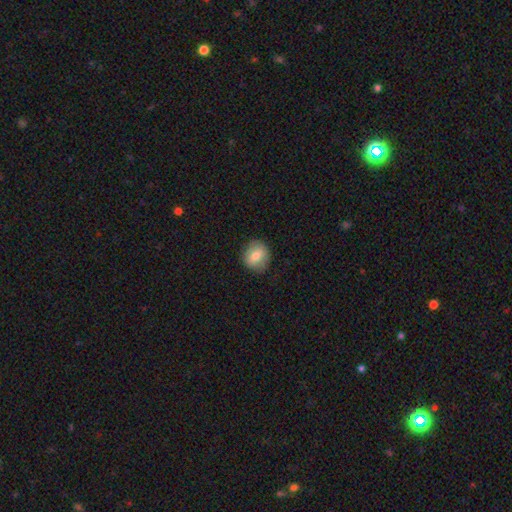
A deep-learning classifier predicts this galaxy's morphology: Q: Smooth or featured?
A: smooth (71%); runner-up: featured or disk (21%)
Q: How rounded?
A: round (76%); runner-up: in between (23%)
Q: Merging?
A: none (83%); runner-up: minor disturbance (13%)